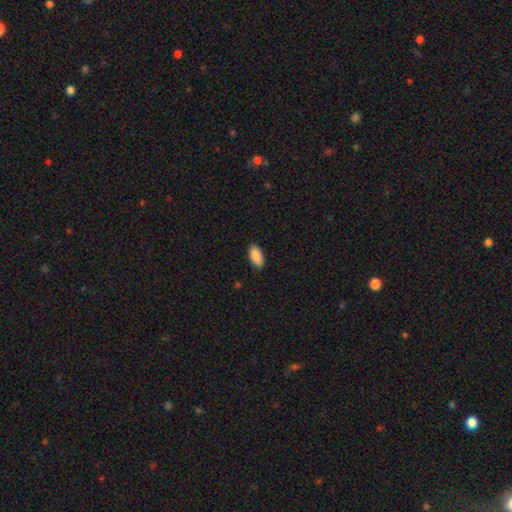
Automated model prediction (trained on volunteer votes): Overall: smooth (89%). How rounded: in between (93%). Merging: none (87%).